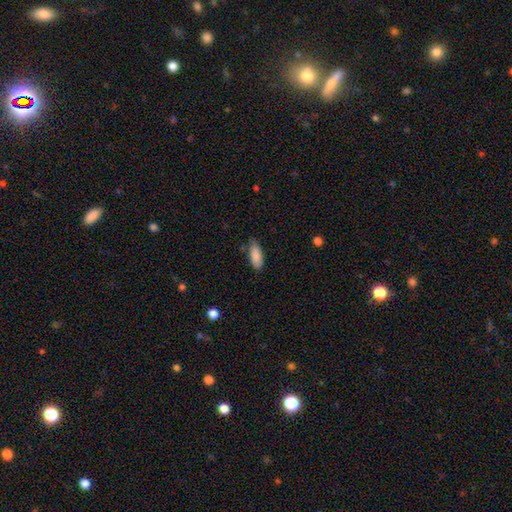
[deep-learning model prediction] A smooth galaxy with no disk features (88%) that is in between round and cigar-shaped (75%). Merging: none (77%).